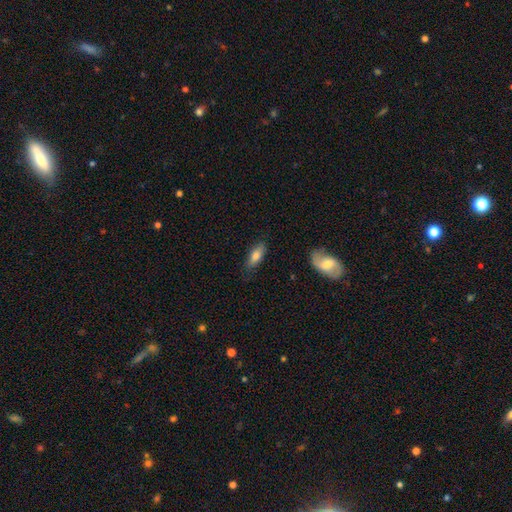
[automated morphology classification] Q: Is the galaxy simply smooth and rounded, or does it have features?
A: smooth — 78%.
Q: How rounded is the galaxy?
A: in between — 69%.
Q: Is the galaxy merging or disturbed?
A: none — 79%.